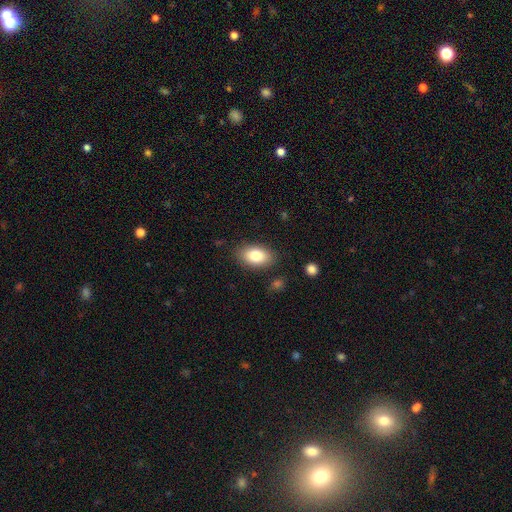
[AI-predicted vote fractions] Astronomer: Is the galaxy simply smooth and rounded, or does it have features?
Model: smooth — 81%.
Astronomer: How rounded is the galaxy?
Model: in between — 91%.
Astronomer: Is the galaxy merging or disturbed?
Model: none — 85%.